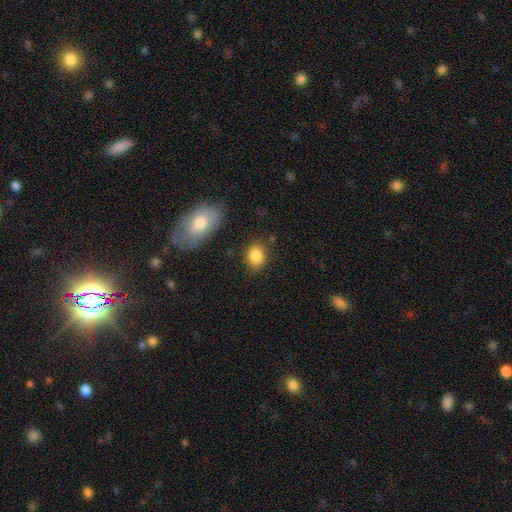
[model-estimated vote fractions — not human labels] A smooth galaxy with no disk features (87%) that is in between round and cigar-shaped (64%). Merging: none (78%).